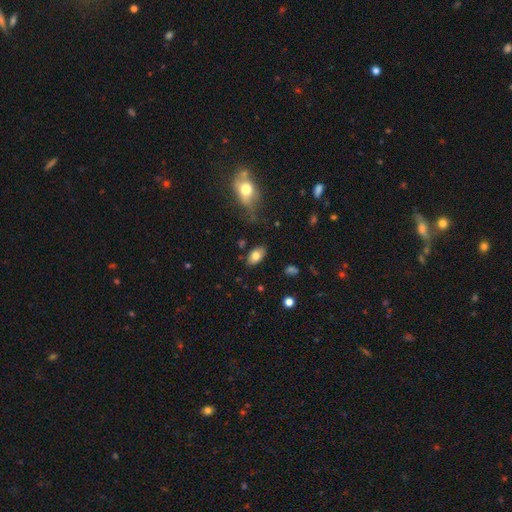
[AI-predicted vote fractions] A smooth galaxy with no disk features (79%) that is in between round and cigar-shaped (91%).

Vote fractions:
- Smooth or featured? smooth: 79% / featured or disk: 13% / star or artifact: 8%
- How rounded? in between: 91% / round: 7% / cigar-shaped: 2%
- Merging? none: 82% / minor disturbance: 13% / major disturbance: 3% / merger: 2%